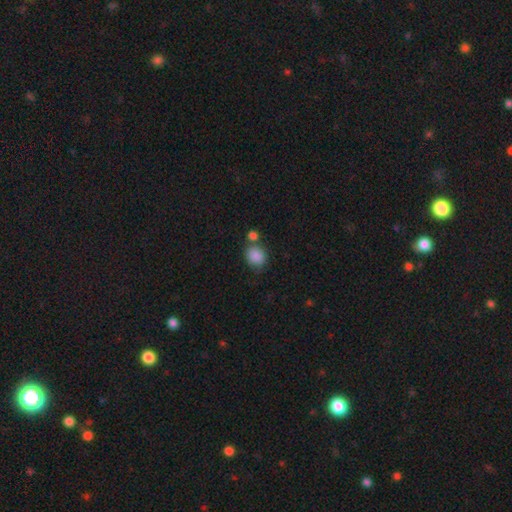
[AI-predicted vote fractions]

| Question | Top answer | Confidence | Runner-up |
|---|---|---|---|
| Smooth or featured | smooth | 87% | star or artifact (8%) |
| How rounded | round | 70% | in between (29%) |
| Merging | none | 59% | merger (23%) |